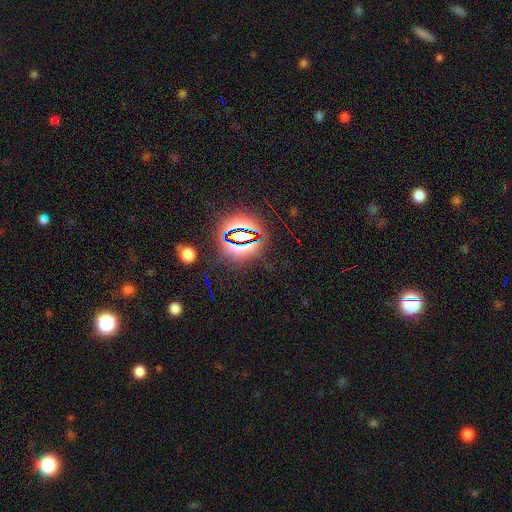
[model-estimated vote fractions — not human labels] Smooth or featured? Predicted: star or artifact (p=0.80).